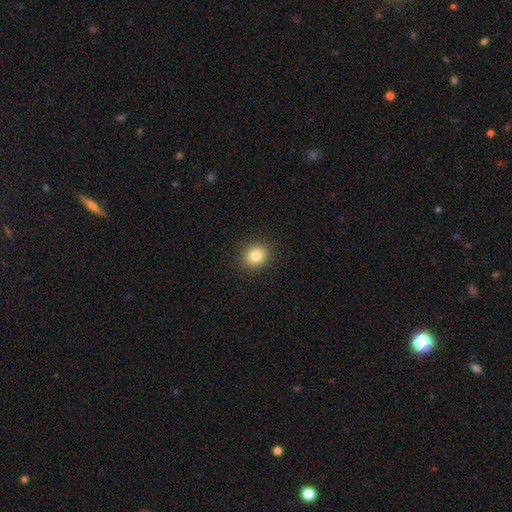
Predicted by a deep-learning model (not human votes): smooth 83%, star or artifact 10%, featured or disk 7%. Down the decision tree: how rounded — round (75%); merging — none (90%).